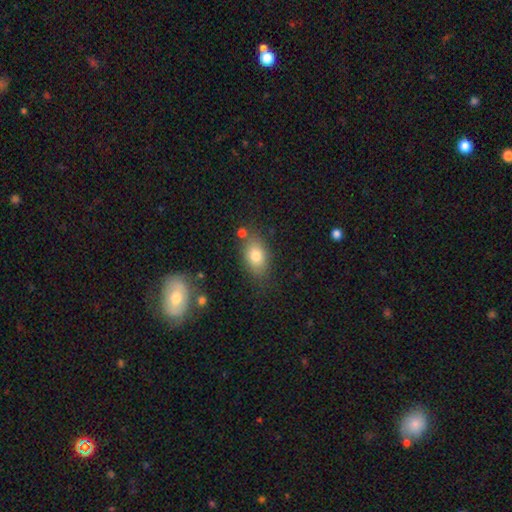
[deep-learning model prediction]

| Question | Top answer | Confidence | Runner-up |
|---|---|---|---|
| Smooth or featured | smooth | 78% | featured or disk (13%) |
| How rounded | in between | 84% | round (13%) |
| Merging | none | 74% | minor disturbance (15%) |